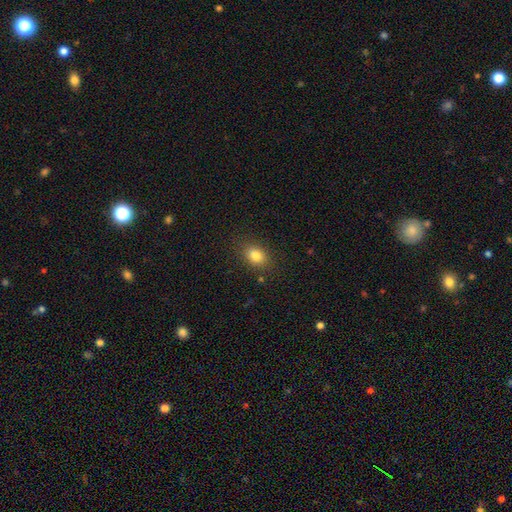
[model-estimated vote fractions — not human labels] Morphology: type=smooth (83%); roundness=in between (66%); merging=none (84%).